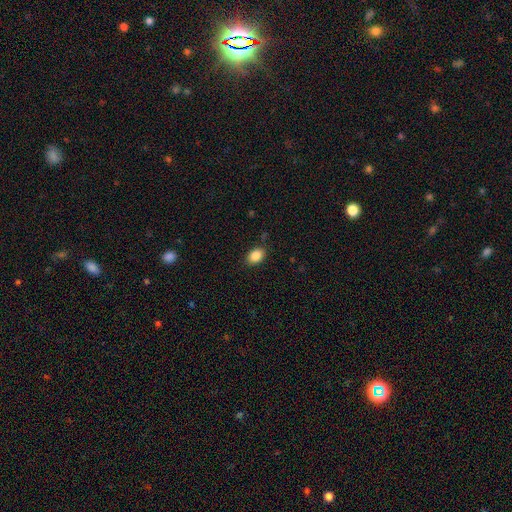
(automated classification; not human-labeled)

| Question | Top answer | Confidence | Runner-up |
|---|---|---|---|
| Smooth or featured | smooth | 87% | star or artifact (9%) |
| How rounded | in between | 76% | round (23%) |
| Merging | none | 86% | minor disturbance (10%) |